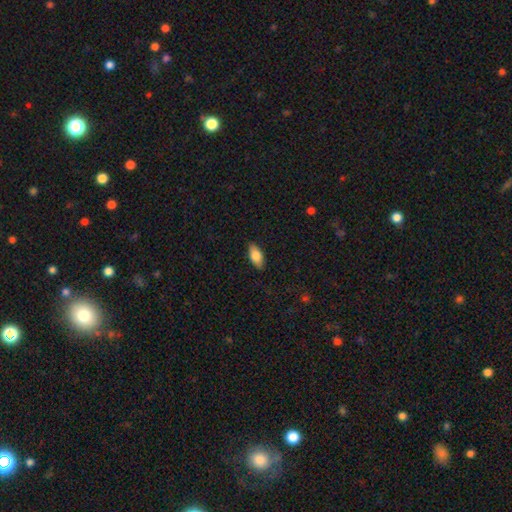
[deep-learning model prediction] Morphology: type=smooth (77%); roundness=in between (86%); merging=none (88%).